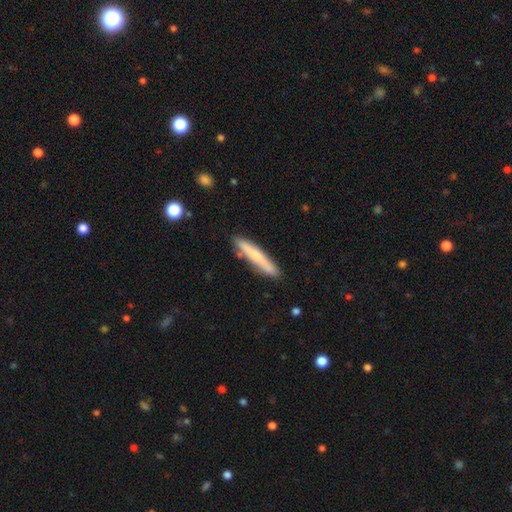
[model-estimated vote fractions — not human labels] This appears to be a smooth galaxy with no disk features (61%) that is cigar-shaped (92%). Merging: none (83%).